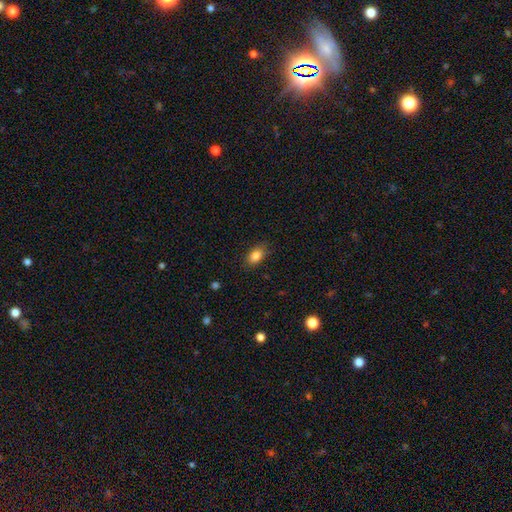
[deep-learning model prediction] Overall: smooth (85%). How rounded: in between (87%). Merging: none (81%).